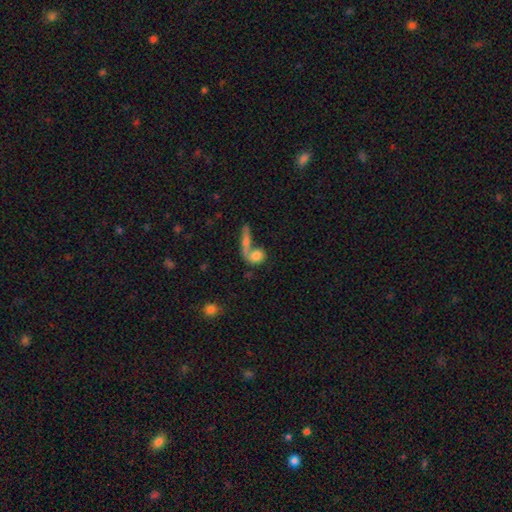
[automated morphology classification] smooth-or-featured: smooth: 70% | featured or disk: 21% | star or artifact: 10%
  how-rounded: in between: 44% (tied) | round: 44% (tied) | cigar-shaped: 12%
  merging: merger: 53% | none: 31% | major disturbance: 9% | minor disturbance: 8%